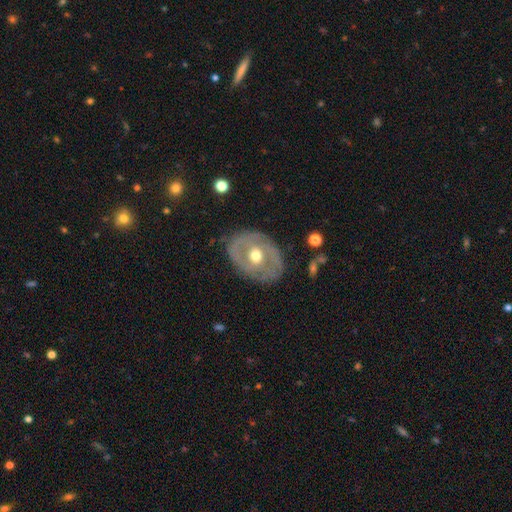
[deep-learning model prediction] smooth_or_featured: featured or disk (p=0.67) [alt: smooth p=0.27]
disk_edge_on: no (p=0.93) [alt: yes p=0.07]
bar: no (p=0.68) [alt: weak p=0.24]
has_spiral_arms: no (p=0.62) [alt: yes p=0.38]
bulge_size: moderate (p=0.76) [alt: small p=0.16]
merging: none (p=0.76) [alt: minor disturbance p=0.16]